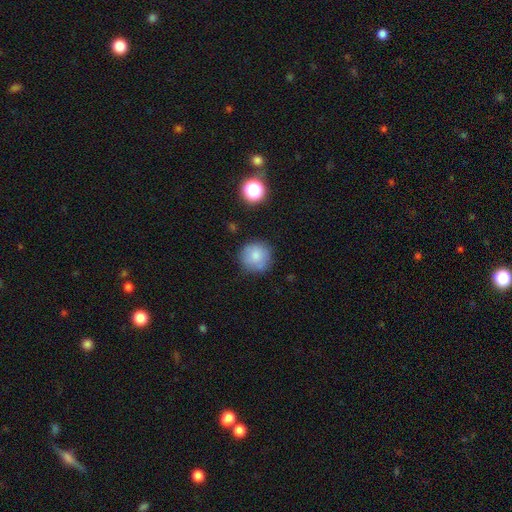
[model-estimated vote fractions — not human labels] A smooth galaxy with no disk features (81%) that is round (94%). Merging: none (80%).